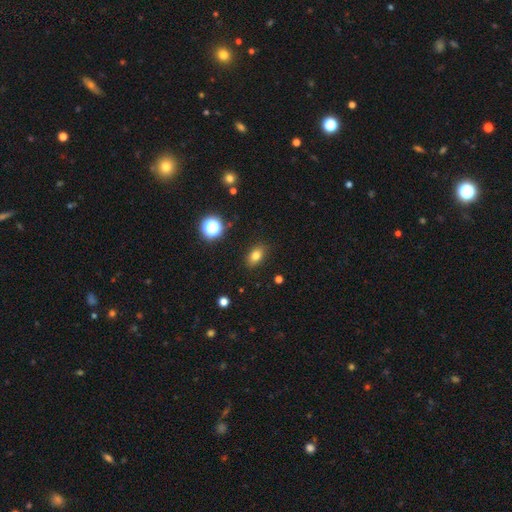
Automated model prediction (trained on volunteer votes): This appears to be a smooth galaxy with no disk features (80%) that is in between round and cigar-shaped (80%). Merging: none (87%).